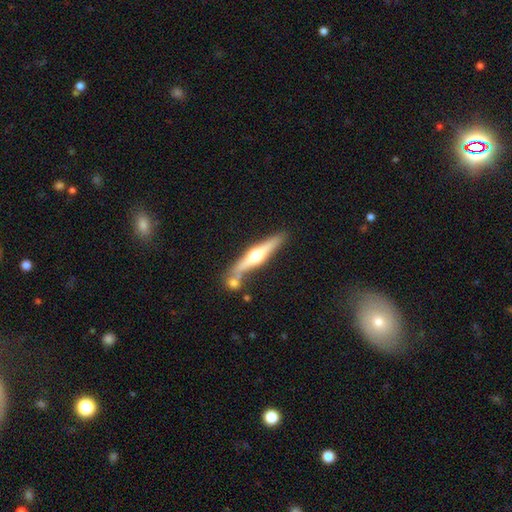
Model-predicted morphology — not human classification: smooth-or-featured: featured or disk: 67% | smooth: 28% | star or artifact: 5%
  disk-edge-on: yes: 96% | no: 4%
    edge-on-bulge: rounded: 93% | boxy: 4% | none: 3%
  merging: none: 71% | merger: 14% | minor disturbance: 11% | major disturbance: 3%